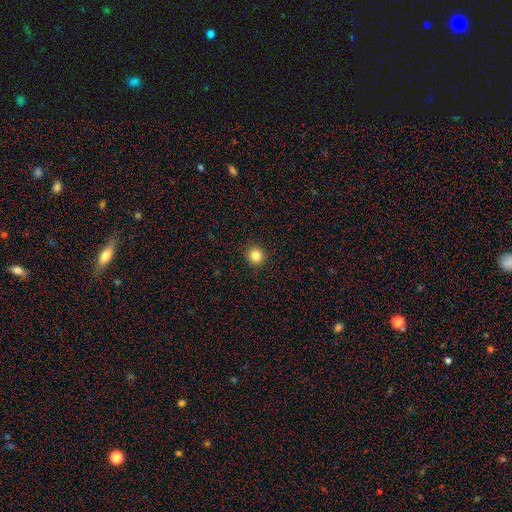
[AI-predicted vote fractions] This is clearly a smooth galaxy (84%). How rounded: clearly round (91%). Merging: clearly none (93%).